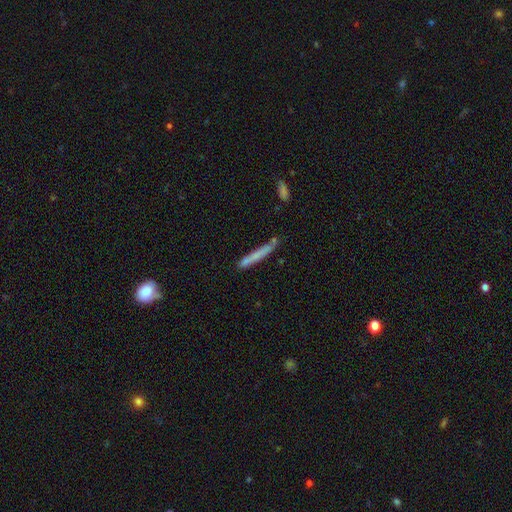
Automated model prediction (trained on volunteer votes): smooth-or-featured: smooth: 66% | featured or disk: 27% | star or artifact: 8%
  how-rounded: cigar-shaped: 96% | in between: 3% | round: 1%
  merging: none: 76% | minor disturbance: 15% | merger: 6% | major disturbance: 3%